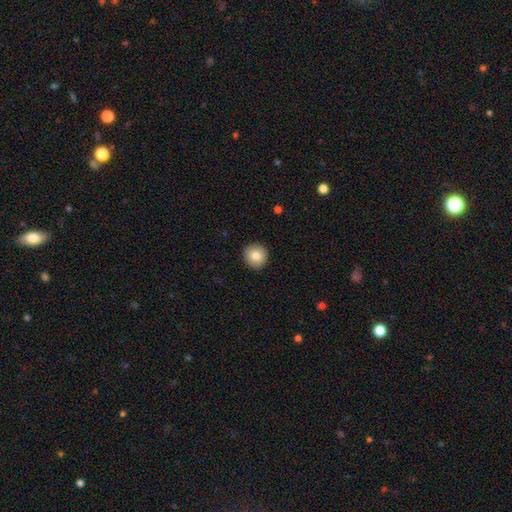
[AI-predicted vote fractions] The model was most divided on "smooth or featured": smooth: 83%, featured or disk: 9%, star or artifact: 8%. More confident: how rounded — round (94%); merging — none (92%).